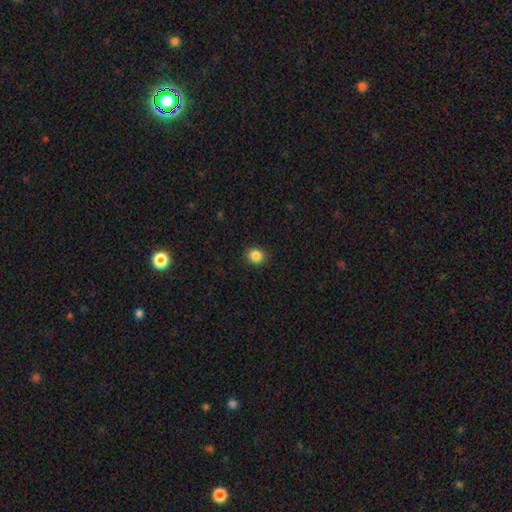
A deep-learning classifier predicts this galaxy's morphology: Overall: smooth (86%). How rounded: round (80%). Merging: none (91%).